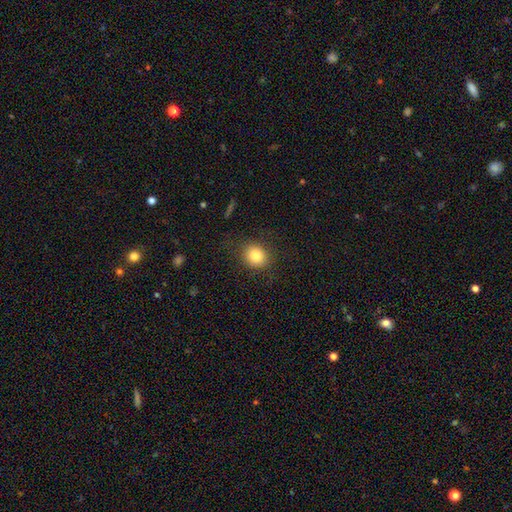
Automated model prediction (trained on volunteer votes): smooth 82%, star or artifact 11%, featured or disk 8%. Down the decision tree: how rounded — round (76%); merging — none (85%).